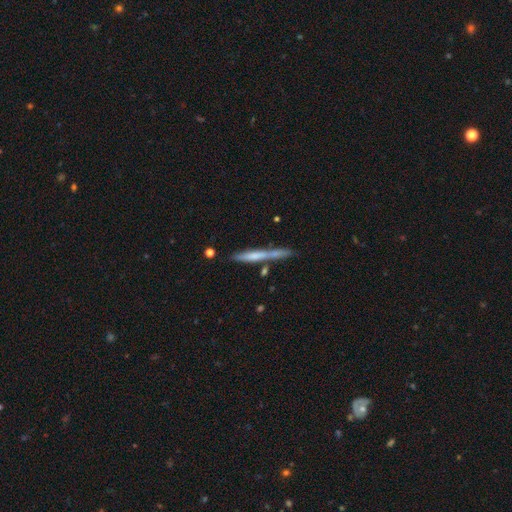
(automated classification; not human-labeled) smooth 55%, featured or disk 39%, star or artifact 6%. Down the decision tree: how rounded — cigar-shaped (94%); merging — none (66%).